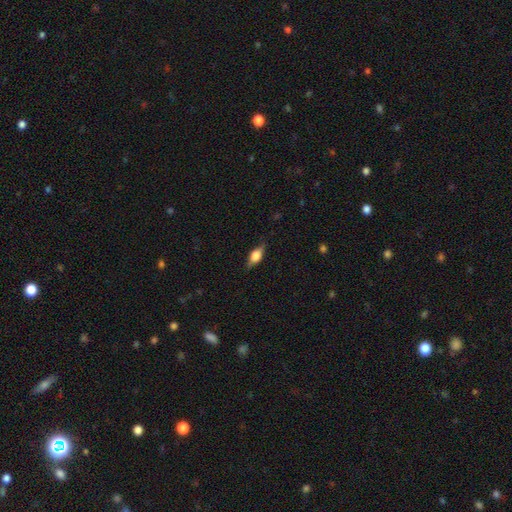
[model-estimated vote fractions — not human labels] The model was most divided on "smooth or featured": featured or disk: 48%, smooth: 44%, star or artifact: 8%. More confident: merging — none (80%).